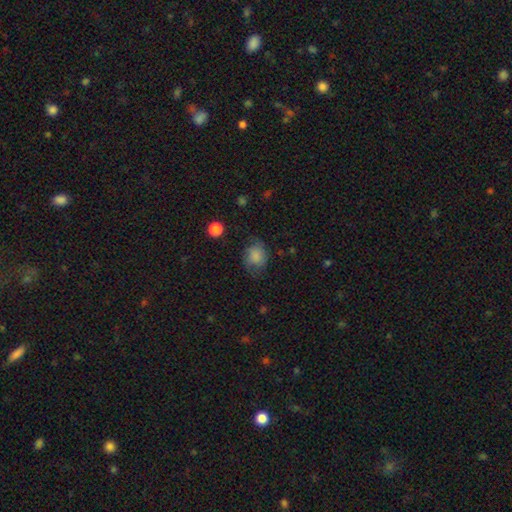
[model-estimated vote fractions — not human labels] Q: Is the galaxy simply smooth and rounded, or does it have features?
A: smooth — 74%.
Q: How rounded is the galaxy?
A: round — 58%.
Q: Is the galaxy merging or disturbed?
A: none — 61%.